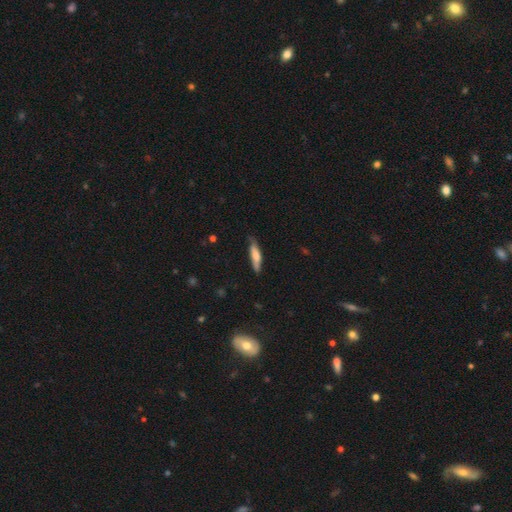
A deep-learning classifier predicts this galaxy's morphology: Smooth or featured? smooth (64%)
How rounded? cigar-shaped (78%)
Merging? none (71%)